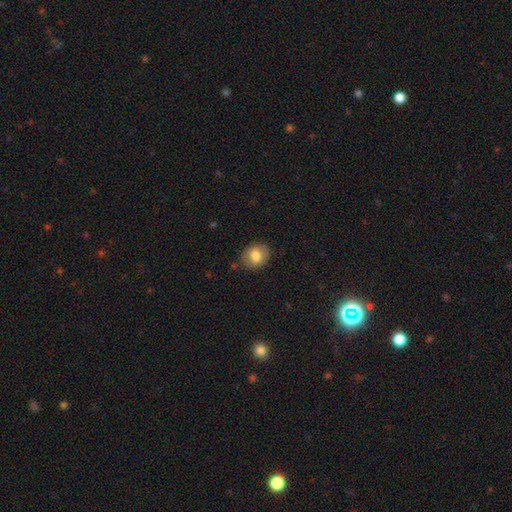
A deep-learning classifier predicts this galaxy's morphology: A smooth galaxy with no disk features (77%) that is in between round and cigar-shaped (54%).

Vote fractions:
- Smooth or featured? smooth: 77% / featured or disk: 15% / star or artifact: 8%
- How rounded? in between: 54% / round: 45% / cigar-shaped: 1%
- Merging? none: 83% / minor disturbance: 13% / major disturbance: 3% / merger: 1%